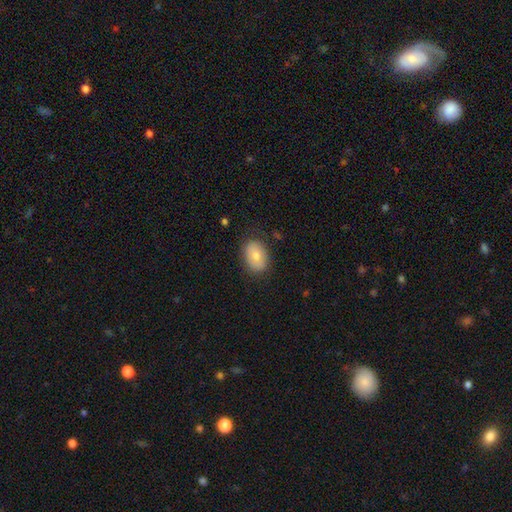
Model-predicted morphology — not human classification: A smooth galaxy with no disk features (77%) that is in between round and cigar-shaped (79%). Merging: none (80%).